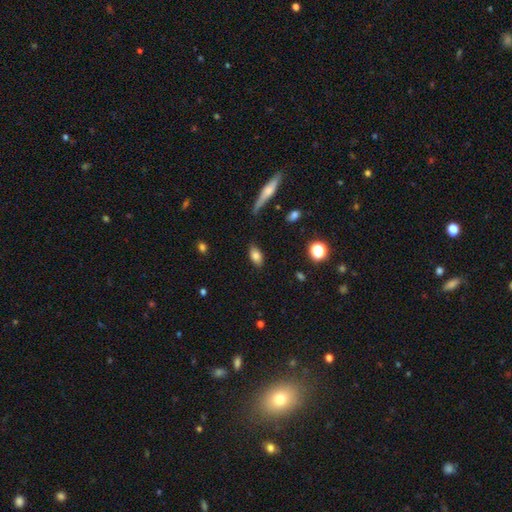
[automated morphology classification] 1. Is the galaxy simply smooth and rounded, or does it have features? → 80% smooth, 11% featured or disk, 9% star or artifact.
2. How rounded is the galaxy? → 89% in between, 6% round, 5% cigar-shaped.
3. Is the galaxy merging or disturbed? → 84% none, 11% minor disturbance, 3% major disturbance, 2% merger.